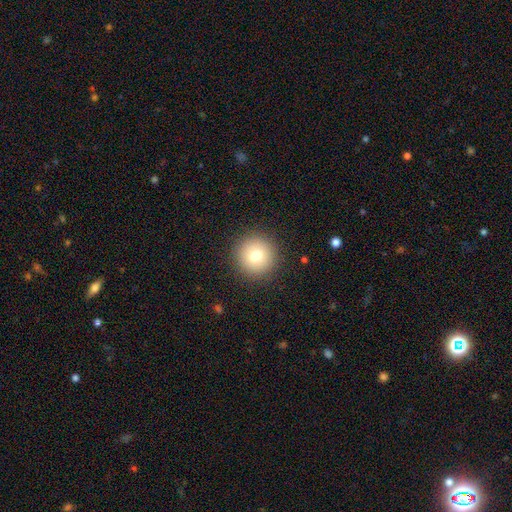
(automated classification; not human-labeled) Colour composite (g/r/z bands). It shows a smooth galaxy with no disk features (77%) that is round (96%). Merging: none (91%).